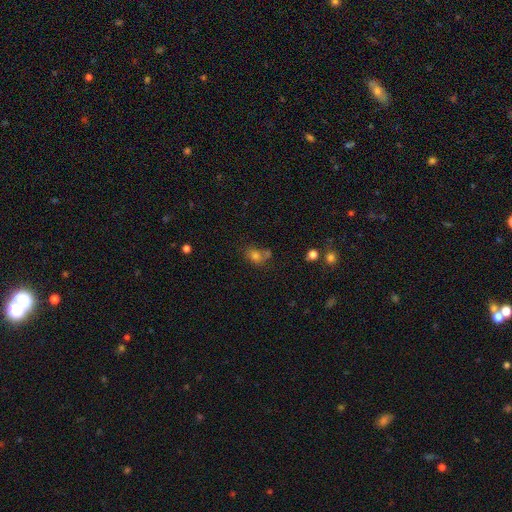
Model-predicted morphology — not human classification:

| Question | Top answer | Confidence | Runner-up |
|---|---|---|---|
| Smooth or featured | smooth | 69% | star or artifact (19%) |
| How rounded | in between | 57% | round (41%) |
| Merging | none | 48% | merger (27%) |